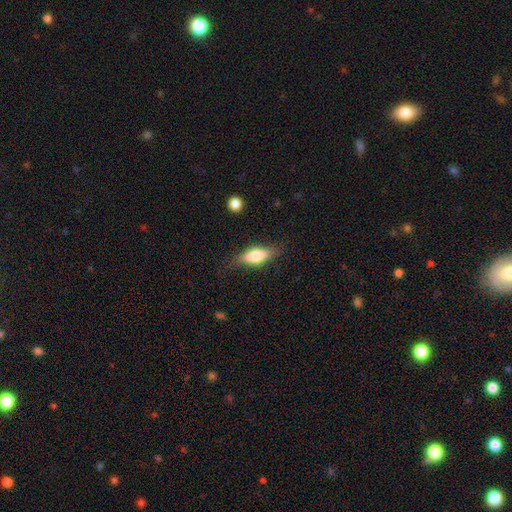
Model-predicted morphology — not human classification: This appears to be a smooth galaxy with no disk features (64%) that is in between round and cigar-shaped (70%). Merging: none (74%).